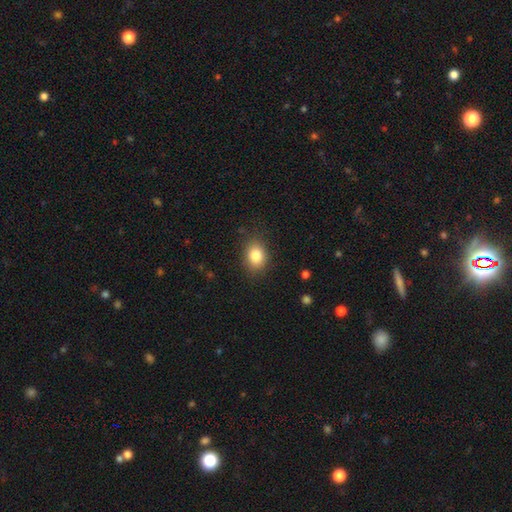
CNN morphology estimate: Smooth or featured? Predicted: smooth (p=0.83). How rounded? Predicted: in between (p=0.61). Merging? Predicted: none (p=0.85).